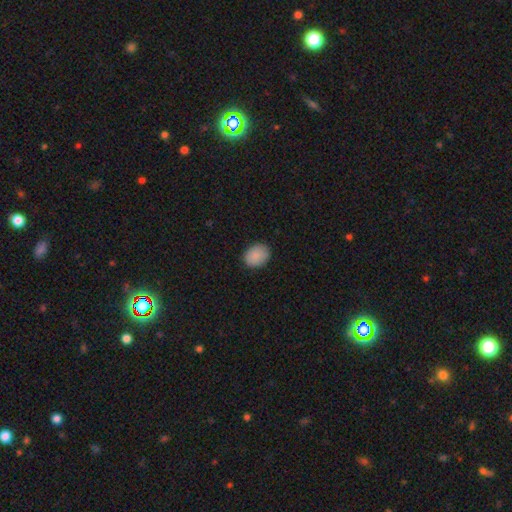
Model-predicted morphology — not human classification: Smooth or featured: smooth — 89% (star or artifact — 7%)
How rounded: in between — 55% (round — 44%)
Merging: none — 87% (minor disturbance — 10%)